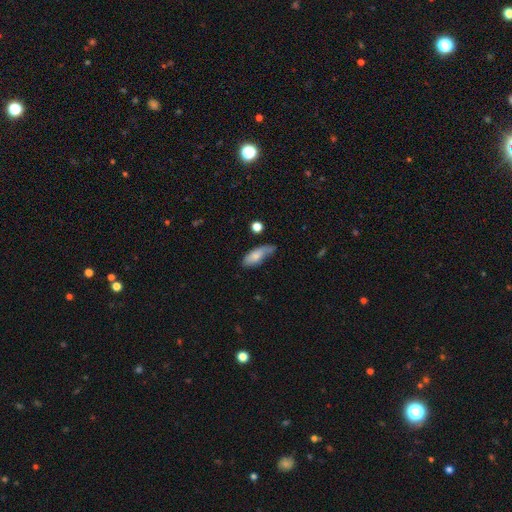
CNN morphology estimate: Smooth or featured? Predicted: smooth (p=0.73). How rounded? Predicted: in between (p=0.72). Merging? Predicted: none (p=0.47).